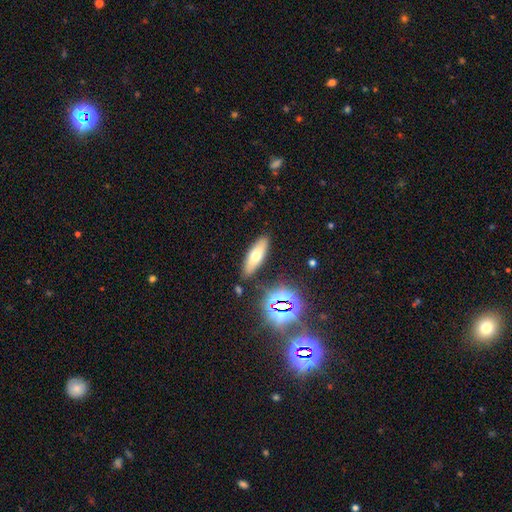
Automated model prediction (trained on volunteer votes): Overall: smooth (60%; featured or disk 28%). How rounded: in between (54%; cigar-shaped 43%). Merging: none (86%).